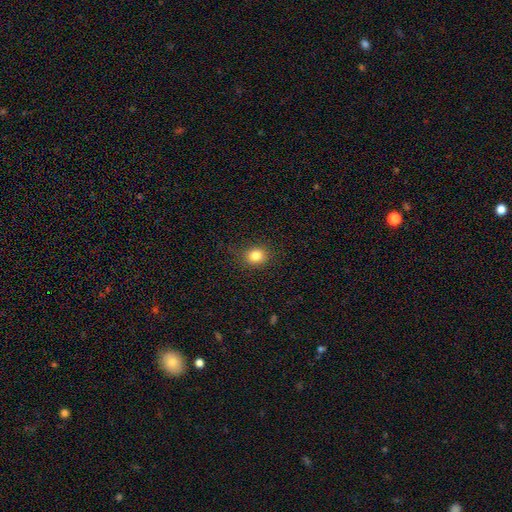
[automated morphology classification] type=smooth (83%); roundness=round (68%); merging=none (87%).